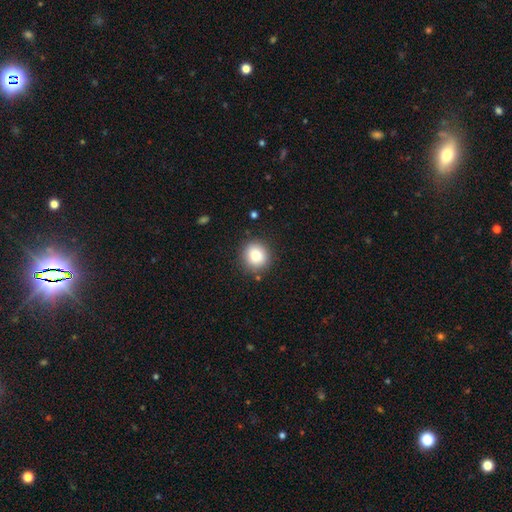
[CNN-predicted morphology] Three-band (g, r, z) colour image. It shows a smooth galaxy with no disk features (84%) that is round (86%). Merging: none (87%).